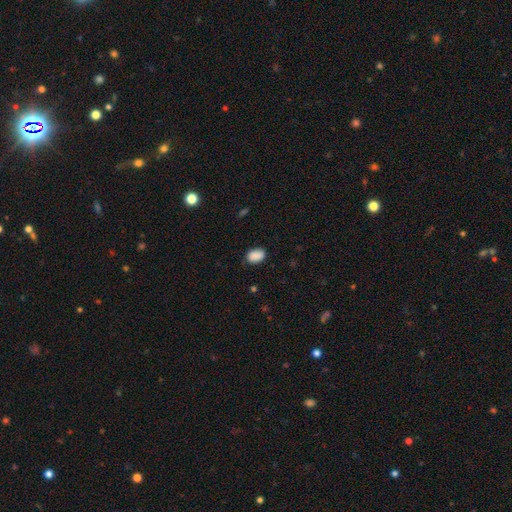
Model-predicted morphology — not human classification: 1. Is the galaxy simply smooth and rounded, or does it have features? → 89% smooth, 7% star or artifact, 4% featured or disk.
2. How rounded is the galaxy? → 82% in between, 17% round, 1% cigar-shaped.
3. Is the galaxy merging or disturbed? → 81% none, 15% minor disturbance, 3% major disturbance, 1% merger.